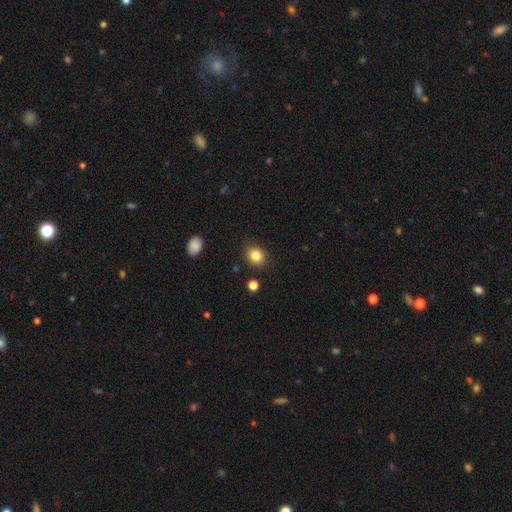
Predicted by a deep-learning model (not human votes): Overall: smooth (84%). How rounded: round (63%; in between 36%). Merging: none (86%).